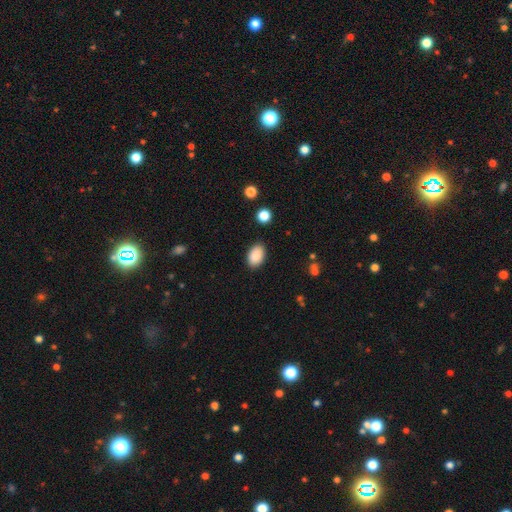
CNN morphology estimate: type=smooth (88%); roundness=in between (89%); merging=none (86%).